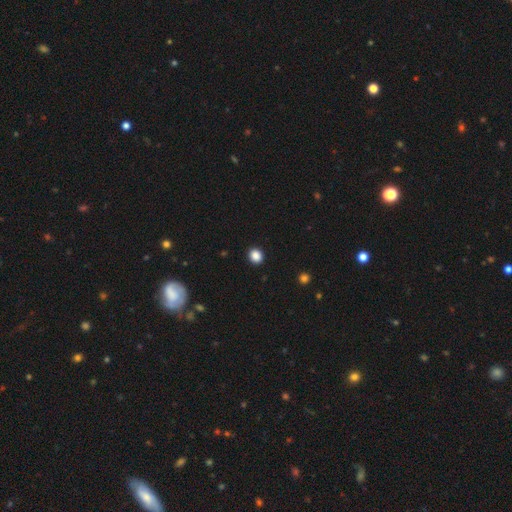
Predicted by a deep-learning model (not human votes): smooth 87%, star or artifact 10%, featured or disk 3%. Down the decision tree: how rounded — round (71%); merging — none (92%).